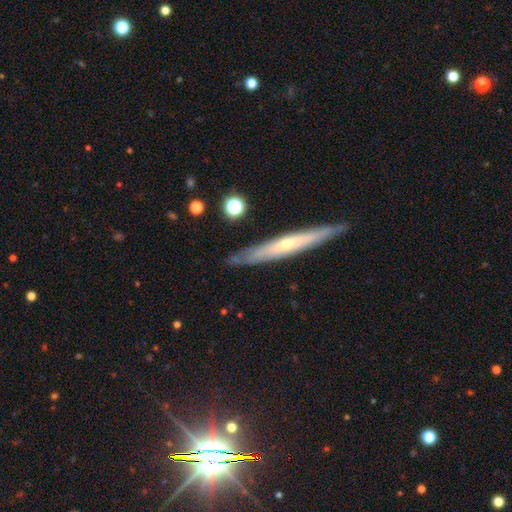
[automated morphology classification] A featured or disk galaxy (61%) viewed edge-on (82%) with a rounded central bulge (60%). Merging: none (83%).